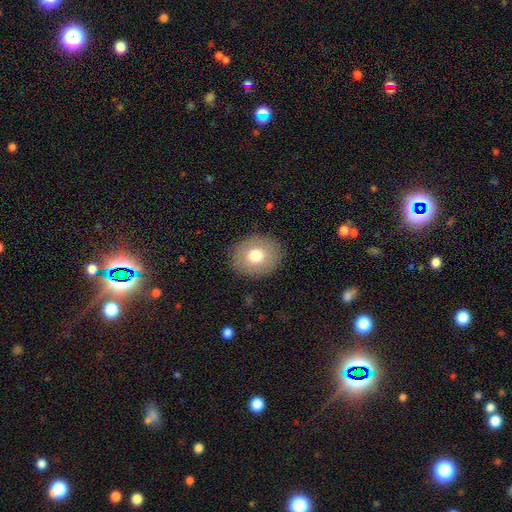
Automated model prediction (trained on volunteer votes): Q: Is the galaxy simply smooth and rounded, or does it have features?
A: smooth — 74%.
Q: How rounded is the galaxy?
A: round — 69%.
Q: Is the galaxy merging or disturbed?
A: none — 88%.